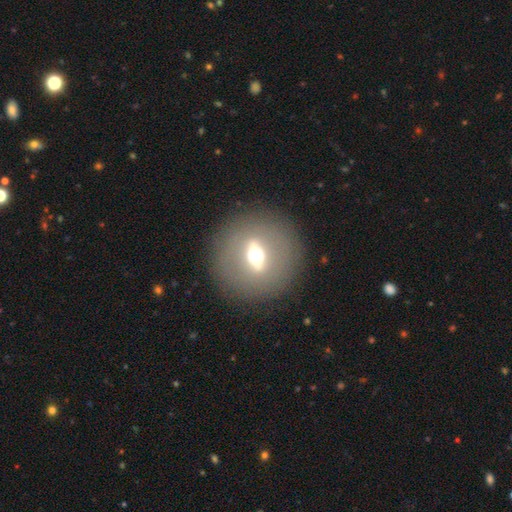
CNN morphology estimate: Smooth or featured: featured or disk — 60% (smooth — 29%)
Edge-on disk: no — 56% (yes — 44%)
Merging: none — 87% (minor disturbance — 7%)